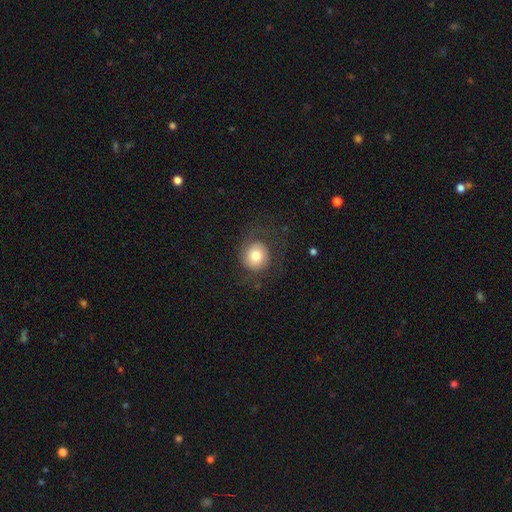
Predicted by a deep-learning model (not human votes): Smooth or featured? smooth (65%)
How rounded? round (88%)
Merging? none (67%)